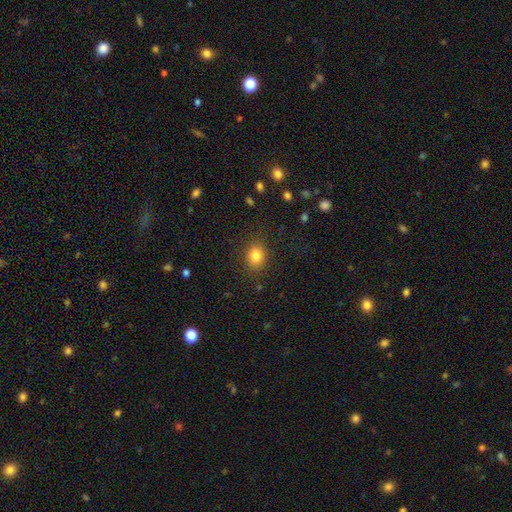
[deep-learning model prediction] Smooth or featured? Predicted: smooth (p=0.83). How rounded? Predicted: round (p=0.59). Merging? Predicted: none (p=0.86).